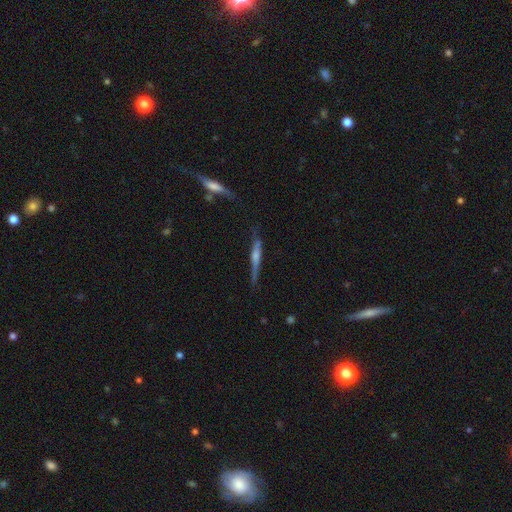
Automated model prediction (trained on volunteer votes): This is likely a featured or disk galaxy (72%). It is clearly viewed edge-on (96%). Edge-on bulge: likely rounded (68%). Merging: likely none (77%).